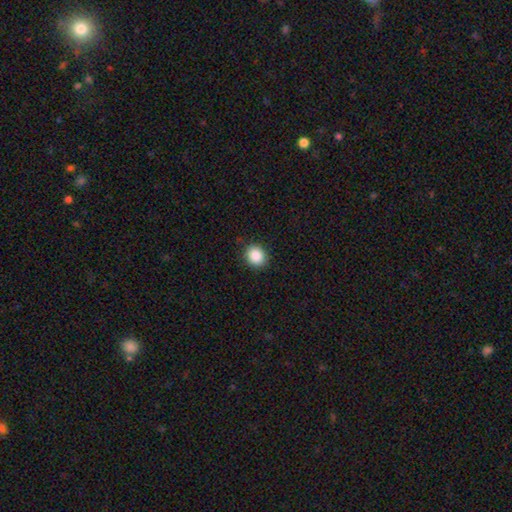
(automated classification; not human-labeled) Smooth or featured?
  - smooth: 87% *
  - star or artifact: 9%
  - featured or disk: 4%
How rounded?
  - round: 76% *
  - in between: 23%
  - cigar-shaped: 1%
Merging?
  - none: 89% *
  - minor disturbance: 8%
  - major disturbance: 2%
  - merger: 1%